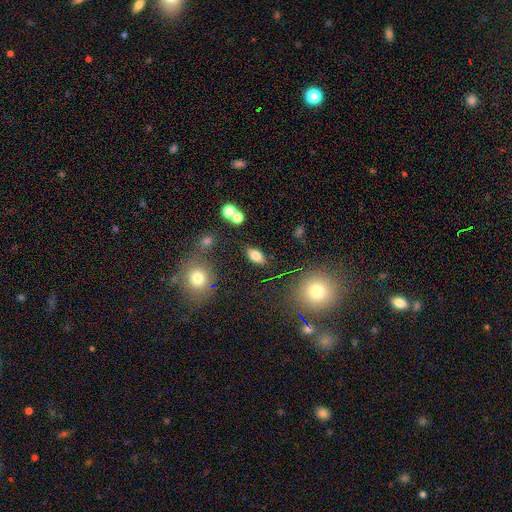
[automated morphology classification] smooth_or_featured: smooth (p=0.77) [alt: featured or disk p=0.12]
how_rounded: in between (p=0.87) [alt: round p=0.07]
merging: none (p=0.83) [alt: minor disturbance p=0.10]